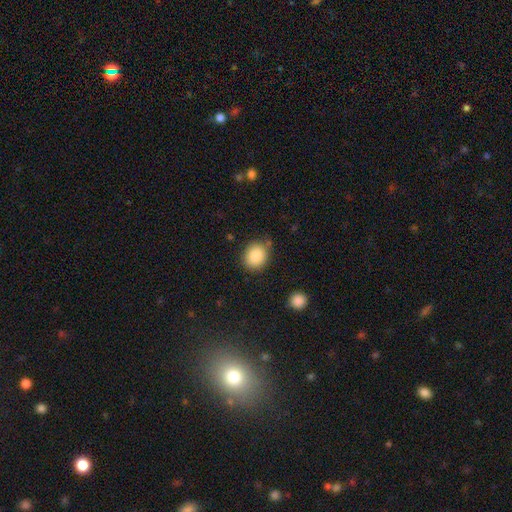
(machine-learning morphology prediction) This appears to be a smooth galaxy with no disk features (86%) that is round (70%). Merging: none (80%).